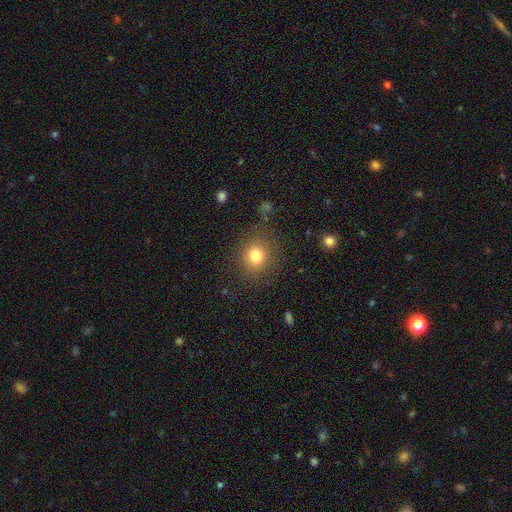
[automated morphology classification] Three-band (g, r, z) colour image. It shows a smooth galaxy with no disk features (80%) that is round (78%). Merging: none (83%).